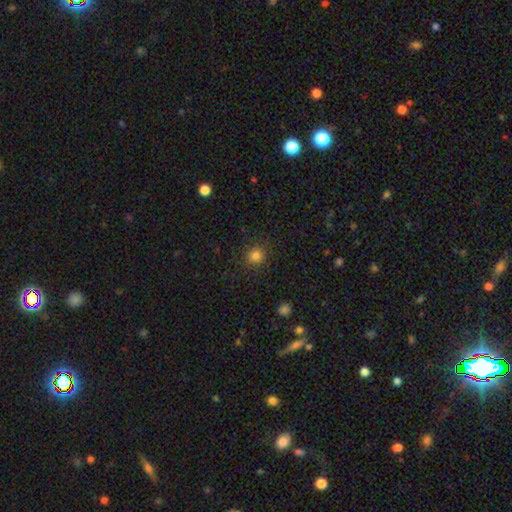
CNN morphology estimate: Smooth or featured: smooth — 83% (star or artifact — 13%)
How rounded: round — 87% (in between — 12%)
Merging: none — 89% (minor disturbance — 7%)